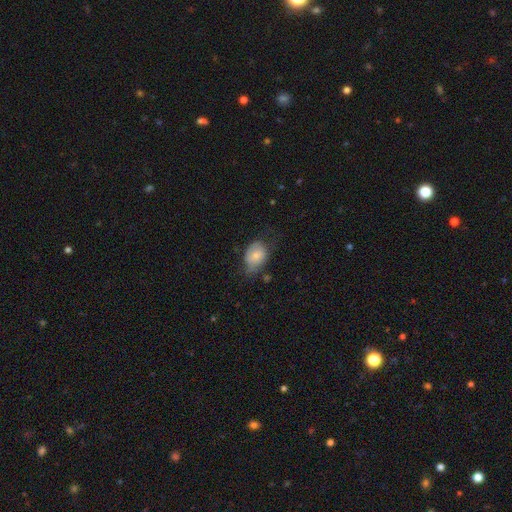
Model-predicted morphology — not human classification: This is likely a smooth galaxy (71%). How rounded: likely in between (68%). Merging: possibly none (45%).